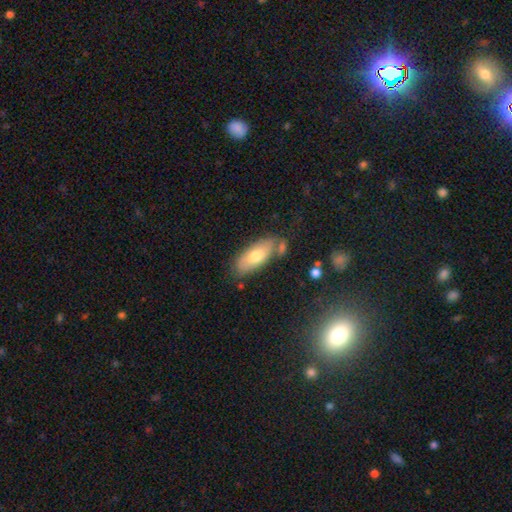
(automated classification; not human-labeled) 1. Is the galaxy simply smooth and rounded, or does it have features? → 70% smooth, 24% featured or disk, 6% star or artifact.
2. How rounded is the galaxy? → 81% in between, 17% cigar-shaped, 2% round.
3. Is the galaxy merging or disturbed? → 69% none, 17% minor disturbance, 10% merger, 4% major disturbance.